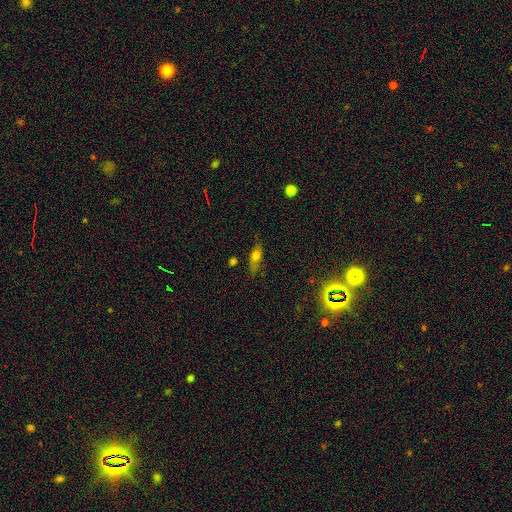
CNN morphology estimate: A smooth galaxy with no disk features (59%) that is in between round and cigar-shaped (60%).

Vote fractions:
- Smooth or featured? smooth: 59% / featured or disk: 29% / star or artifact: 12%
- How rounded? in between: 60% / cigar-shaped: 33% / round: 7%
- Merging? none: 68% / minor disturbance: 23% / major disturbance: 7% / merger: 3%